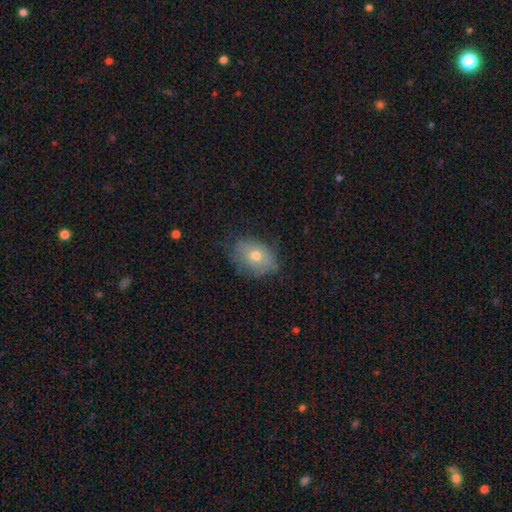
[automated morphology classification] smooth 66%, featured or disk 25%, star or artifact 9%. Down the decision tree: how rounded — in between (75%); merging — none (70%).